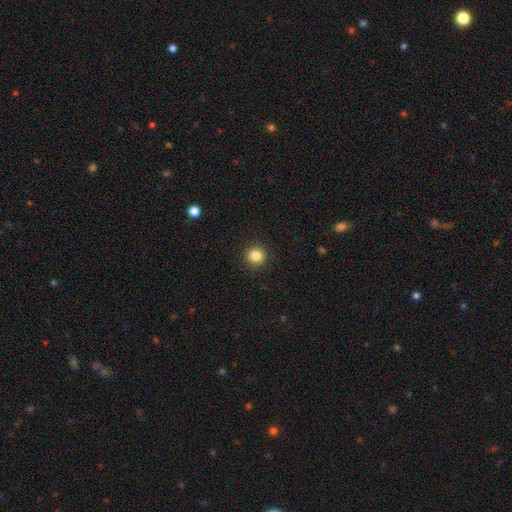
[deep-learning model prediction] Smooth or featured: smooth — 85% (star or artifact — 11%)
How rounded: round — 94% (in between — 5%)
Merging: none — 92% (minor disturbance — 5%)